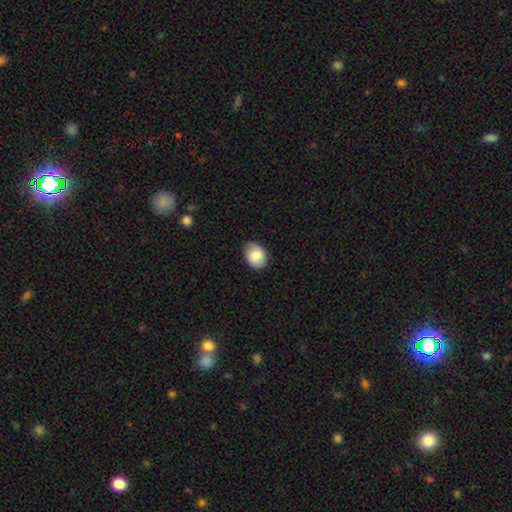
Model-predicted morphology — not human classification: A smooth galaxy with no disk features (84%) that is in between round and cigar-shaped (59%). Merging: none (82%).